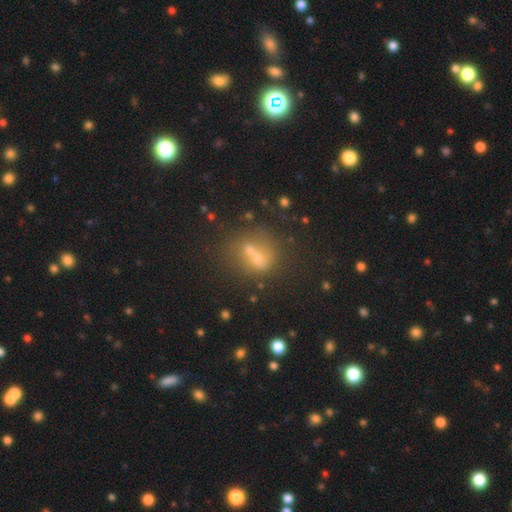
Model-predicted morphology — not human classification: smooth-or-featured: smooth: 53% | featured or disk: 25% | star or artifact: 22%
  how-rounded: round: 49% | in between: 46% | cigar-shaped: 5%
  merging: merger: 45% | none: 34% | minor disturbance: 11% | major disturbance: 9%